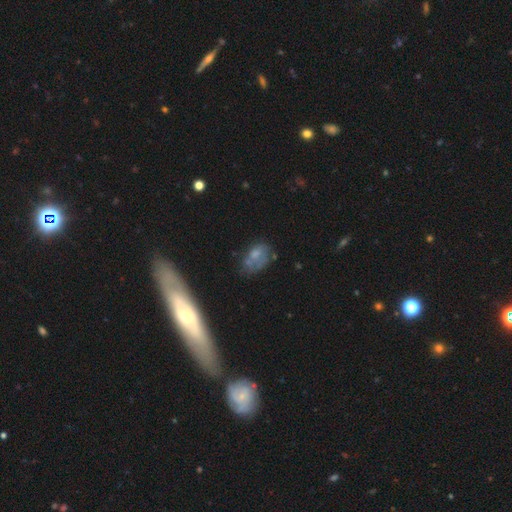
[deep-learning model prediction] smooth_or_featured: smooth (p=0.54) [alt: featured or disk p=0.33]
how_rounded: in between (p=0.86) [alt: round p=0.12]
merging: none (p=0.38) [alt: minor disturbance p=0.28]